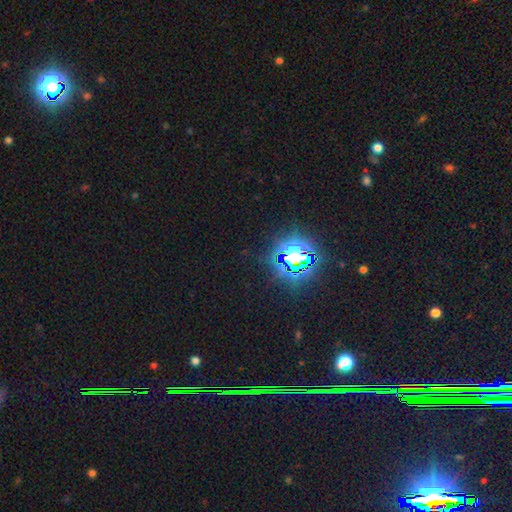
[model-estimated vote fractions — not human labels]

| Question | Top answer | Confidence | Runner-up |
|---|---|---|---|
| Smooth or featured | star or artifact | 85% | smooth (9%) |